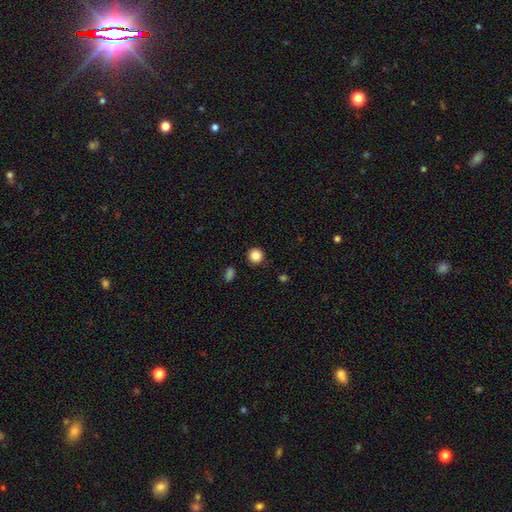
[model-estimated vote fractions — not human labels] smooth_or_featured: smooth (p=0.86) [alt: star or artifact p=0.10]
how_rounded: round (p=0.94) [alt: in between p=0.05]
merging: none (p=0.90) [alt: minor disturbance p=0.06]